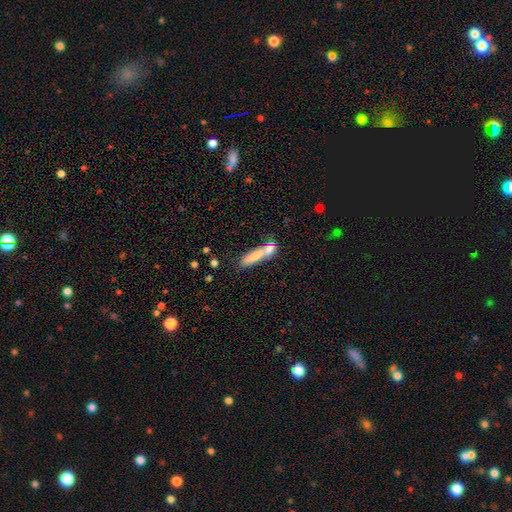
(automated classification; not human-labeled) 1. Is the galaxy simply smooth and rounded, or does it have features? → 75% smooth, 18% featured or disk, 7% star or artifact.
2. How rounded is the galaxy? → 72% cigar-shaped, 26% in between, 3% round.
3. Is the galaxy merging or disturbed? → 43% none, 38% merger, 13% minor disturbance, 6% major disturbance.